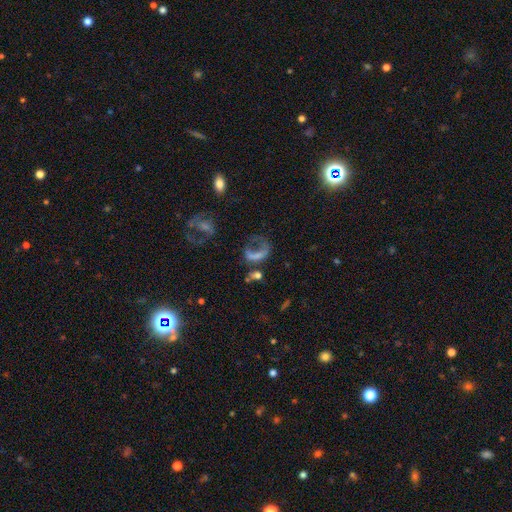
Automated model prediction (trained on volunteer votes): featured or disk 44%, star or artifact 28%, smooth 27%. Down the decision tree: merging — major disturbance (47%).